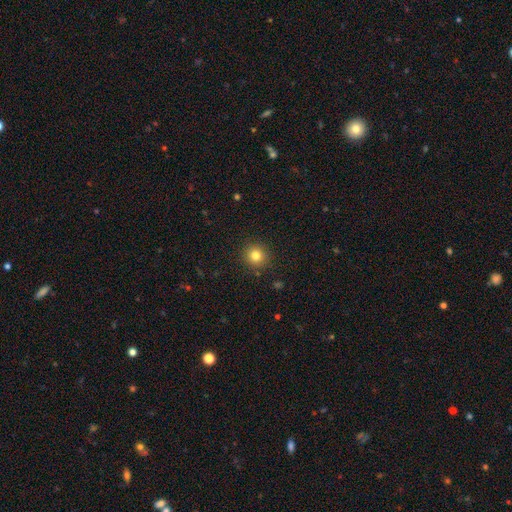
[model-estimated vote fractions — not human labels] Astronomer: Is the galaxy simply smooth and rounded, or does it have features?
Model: smooth — 81%.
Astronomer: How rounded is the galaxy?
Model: round — 93%.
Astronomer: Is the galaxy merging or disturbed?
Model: none — 91%.